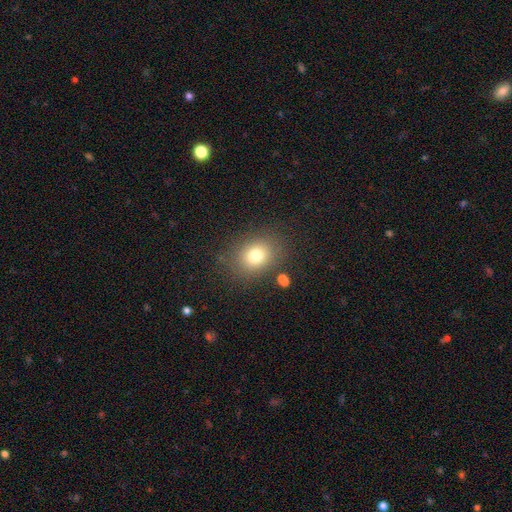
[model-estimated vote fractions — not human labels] The model was most divided on "how rounded": round: 50%, in between: 49%, cigar-shaped: 1%. More confident: merging — none (81%); smooth or featured — smooth (76%).